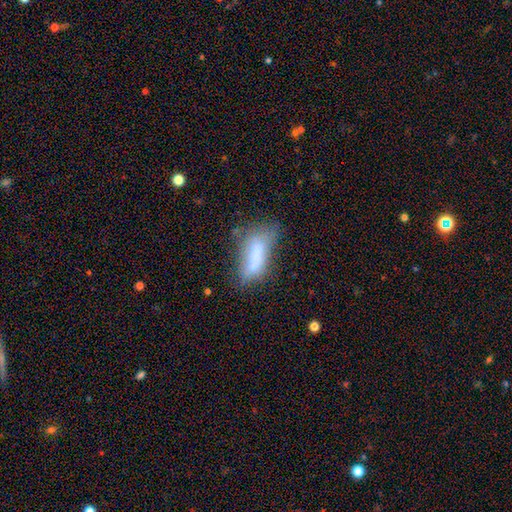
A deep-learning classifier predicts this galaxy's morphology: smooth 68%, featured or disk 22%, star or artifact 10%. Down the decision tree: how rounded — in between (68%); merging — none (42%).